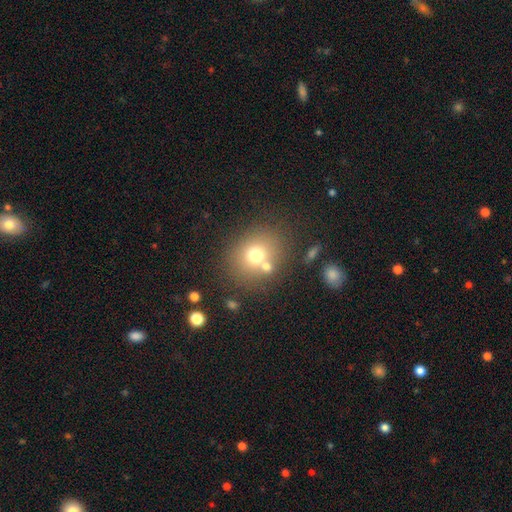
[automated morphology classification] smooth_or_featured: smooth (p=0.69) [alt: featured or disk p=0.16]
how_rounded: round (p=0.68) [alt: in between p=0.32]
merging: none (p=0.63) [alt: merger p=0.20]